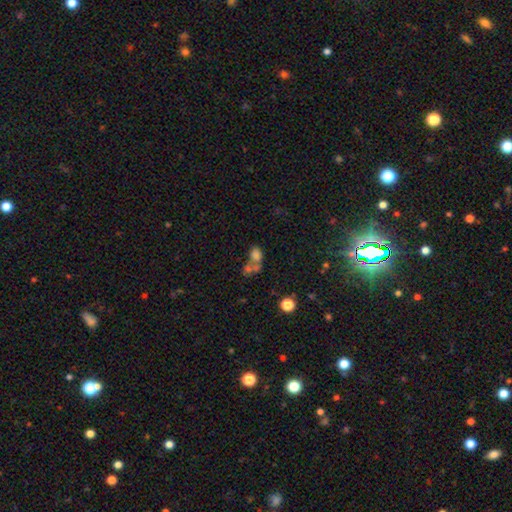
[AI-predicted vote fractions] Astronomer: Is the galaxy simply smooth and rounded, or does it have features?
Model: smooth — 64%.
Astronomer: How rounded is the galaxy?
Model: in between — 62%.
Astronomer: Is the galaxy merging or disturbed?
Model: merger — 59%.